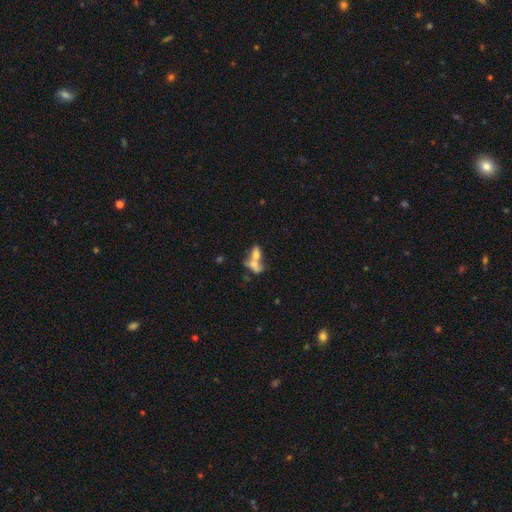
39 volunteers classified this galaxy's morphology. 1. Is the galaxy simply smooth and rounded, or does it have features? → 51% smooth, 38% featured or disk, 10% star or artifact.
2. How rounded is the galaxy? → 90% in between, 5% round, 5% cigar-shaped.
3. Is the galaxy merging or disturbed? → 69% merger, 20% none, 6% minor disturbance, 6% major disturbance.